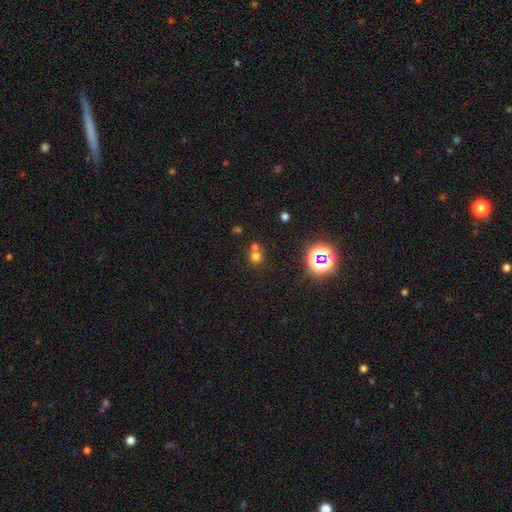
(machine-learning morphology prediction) smooth_or_featured: smooth (p=0.64) [alt: star or artifact p=0.26]
how_rounded: round (p=0.86) [alt: in between p=0.13]
merging: none (p=0.49) [alt: merger p=0.41]